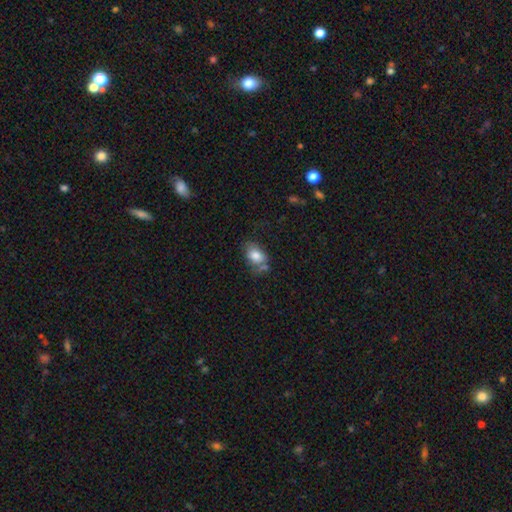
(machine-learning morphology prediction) A smooth galaxy with no disk features (80%) that is in between round and cigar-shaped (84%).

Vote fractions:
- Smooth or featured? smooth: 80% / featured or disk: 12% / star or artifact: 8%
- How rounded? in between: 84% / round: 14% / cigar-shaped: 2%
- Merging? none: 50% / minor disturbance: 26% / merger: 14% / major disturbance: 10%